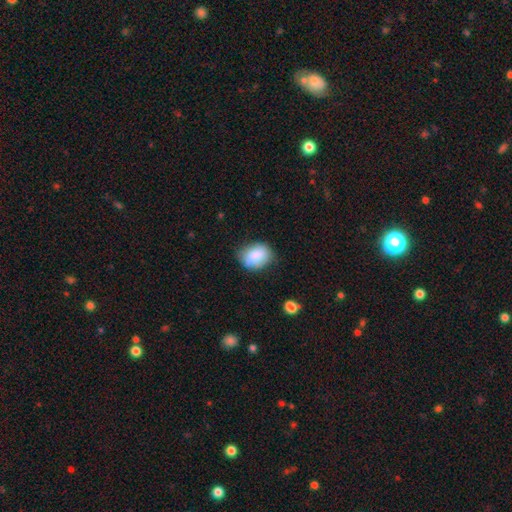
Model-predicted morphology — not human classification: Smooth or featured: smooth — 84% (featured or disk — 9%)
How rounded: in between — 69% (round — 30%)
Merging: none — 71% (minor disturbance — 22%)